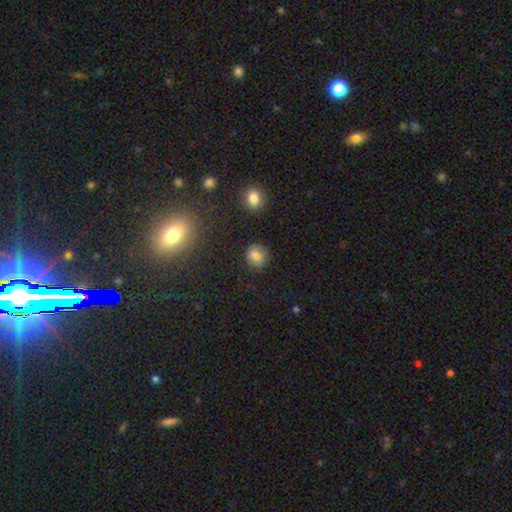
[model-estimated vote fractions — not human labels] This is likely a smooth galaxy (78%). How rounded: clearly round (84%). Merging: clearly none (85%).